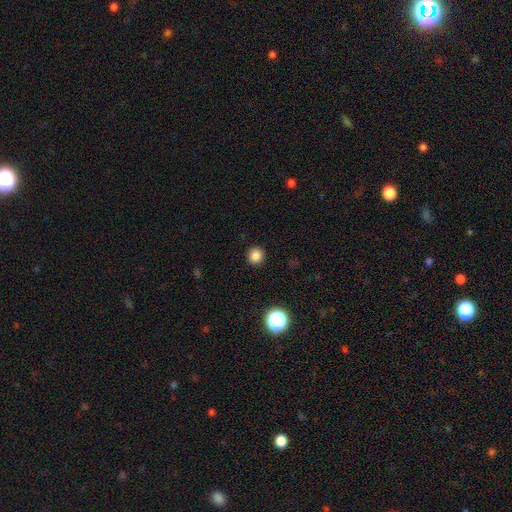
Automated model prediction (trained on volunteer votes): smooth_or_featured: smooth (p=0.83) [alt: star or artifact p=0.13]
how_rounded: round (p=0.90) [alt: in between p=0.09]
merging: none (p=0.91) [alt: minor disturbance p=0.05]